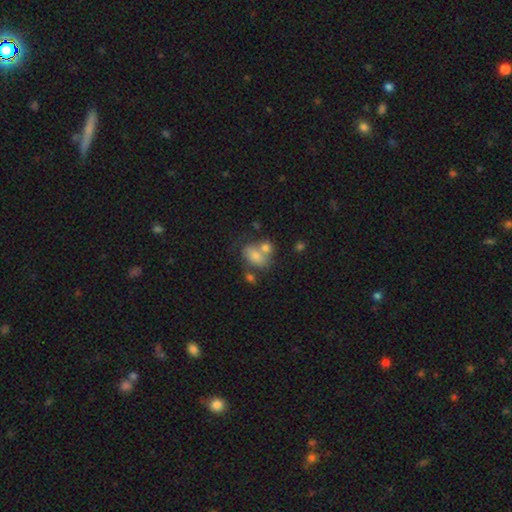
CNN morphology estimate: smooth-or-featured: smooth: 71% | featured or disk: 18% | star or artifact: 11%
  how-rounded: in between: 74% | round: 24% | cigar-shaped: 2%
  merging: merger: 41% | none: 37% | minor disturbance: 15% | major disturbance: 7%